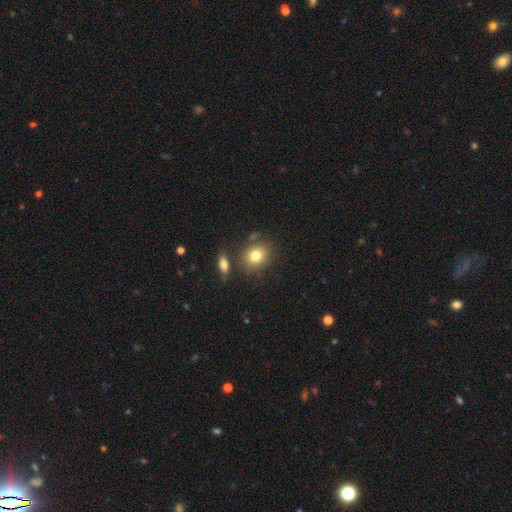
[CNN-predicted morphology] smooth_or_featured: smooth (p=0.79) [alt: featured or disk p=0.11]
how_rounded: round (p=0.62) [alt: in between p=0.36]
merging: none (p=0.73) [alt: minor disturbance p=0.12]